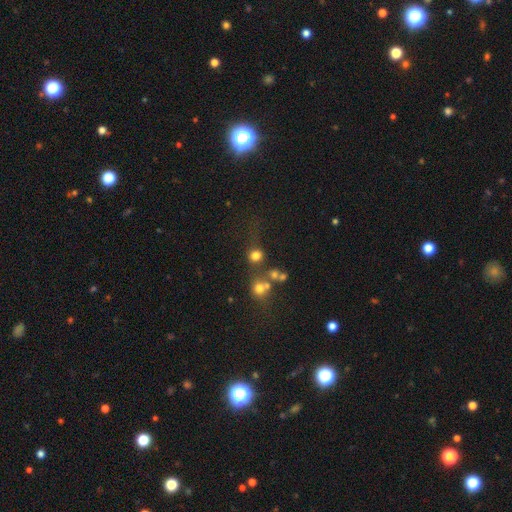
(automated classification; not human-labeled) Morphology: type=smooth (72%); roundness=round (85%); merging=none (58%).